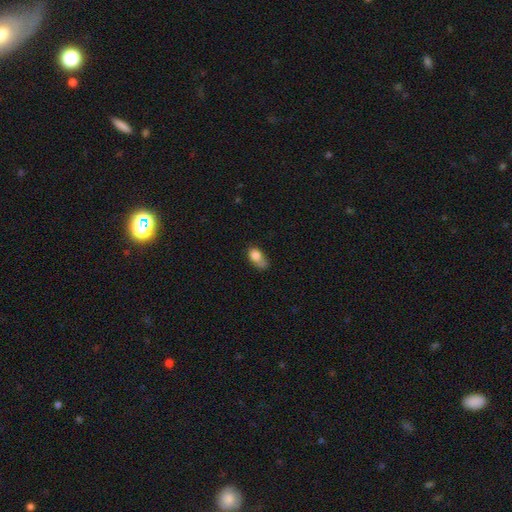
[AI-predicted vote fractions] Overall: smooth (79%). How rounded: in between (78%). Merging: minor disturbance (34%; none 33%).